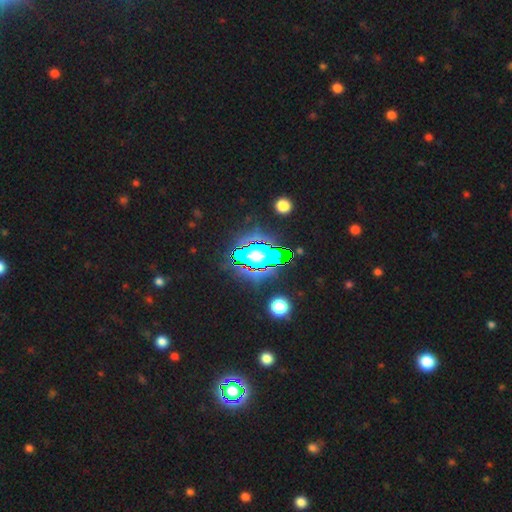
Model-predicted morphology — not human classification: Smooth or featured?
  - star or artifact: 63% *
  - smooth: 21%
  - featured or disk: 15%